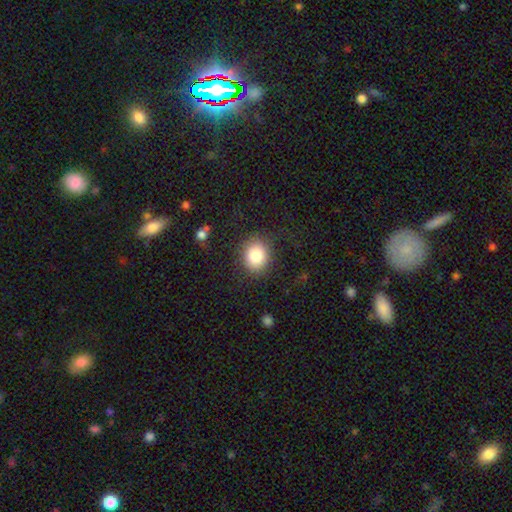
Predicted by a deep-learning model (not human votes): Smooth or featured? smooth (83%)
How rounded? round (70%)
Merging? none (83%)